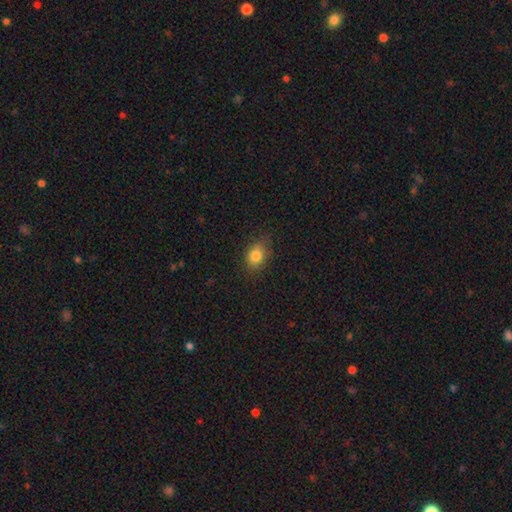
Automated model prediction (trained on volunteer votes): Smooth or featured? Predicted: smooth (p=0.82). How rounded? Predicted: in between (p=0.61). Merging? Predicted: none (p=0.76).